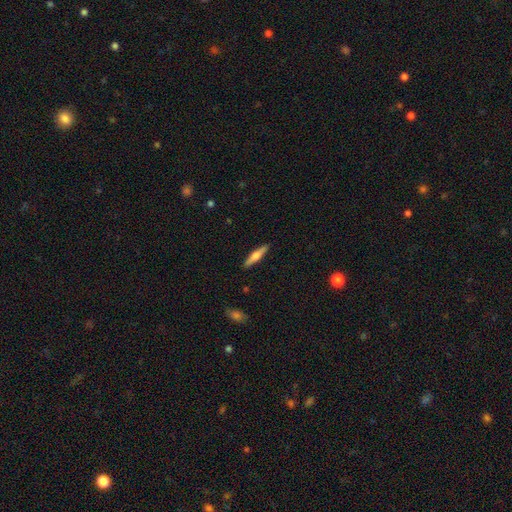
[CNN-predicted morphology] A smooth galaxy with no disk features (48%).

Vote fractions:
- Smooth or featured? smooth: 48% / featured or disk: 46% / star or artifact: 6%
- Merging? none: 90% / minor disturbance: 7% / major disturbance: 2% / merger: 1%